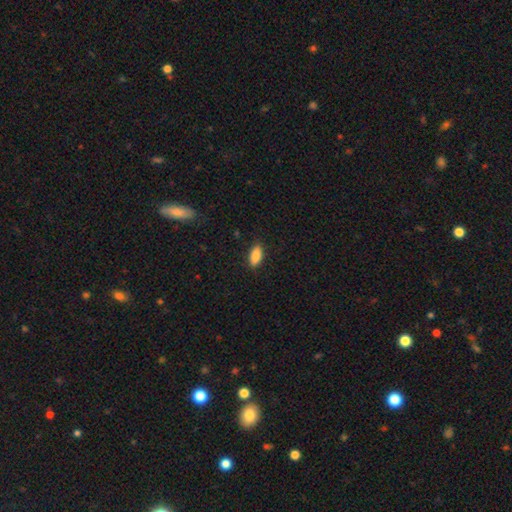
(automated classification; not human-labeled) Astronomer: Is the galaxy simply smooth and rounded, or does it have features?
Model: smooth — 88%.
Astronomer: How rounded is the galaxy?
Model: in between — 86%.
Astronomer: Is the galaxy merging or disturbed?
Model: none — 87%.